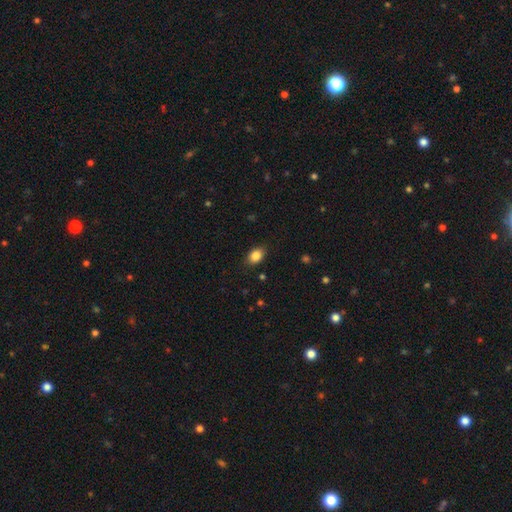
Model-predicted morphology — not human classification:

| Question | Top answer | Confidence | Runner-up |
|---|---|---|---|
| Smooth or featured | smooth | 86% | star or artifact (9%) |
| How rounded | in between | 77% | round (22%) |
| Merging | none | 85% | minor disturbance (11%) |